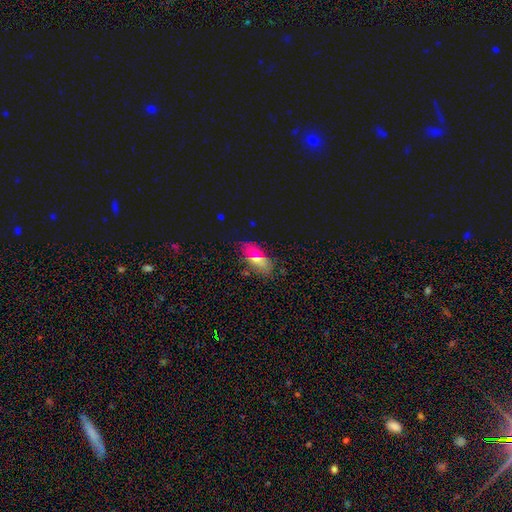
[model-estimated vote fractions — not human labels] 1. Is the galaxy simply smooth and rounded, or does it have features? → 59% smooth, 23% star or artifact, 18% featured or disk.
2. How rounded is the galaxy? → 83% in between, 10% cigar-shaped, 7% round.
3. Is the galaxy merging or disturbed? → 83% none, 12% minor disturbance, 3% major disturbance, 2% merger.